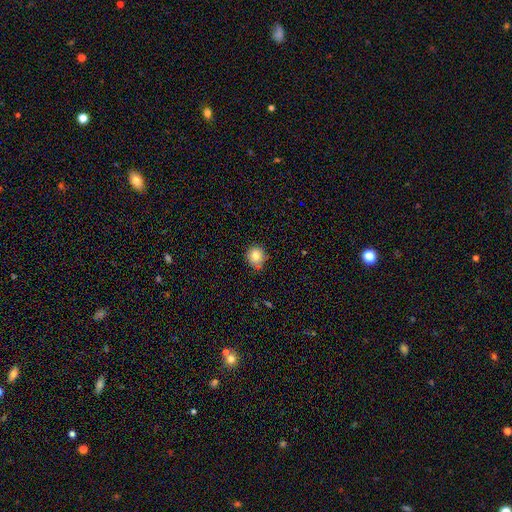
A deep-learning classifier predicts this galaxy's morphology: A smooth galaxy with no disk features (81%) that is round (82%). Merging: none (73%).